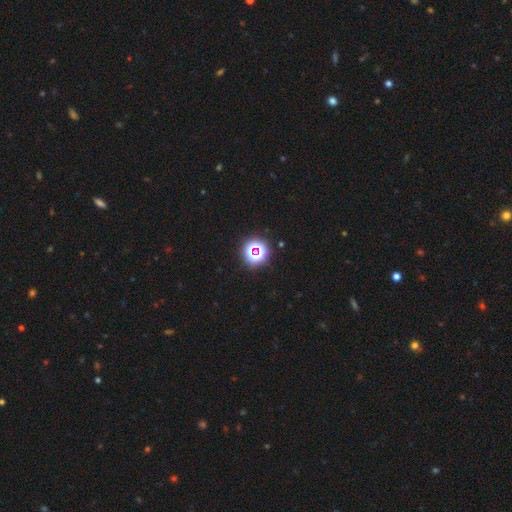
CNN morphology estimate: The model was most divided on "smooth or featured": star or artifact: 64%, smooth: 26%, featured or disk: 10%.